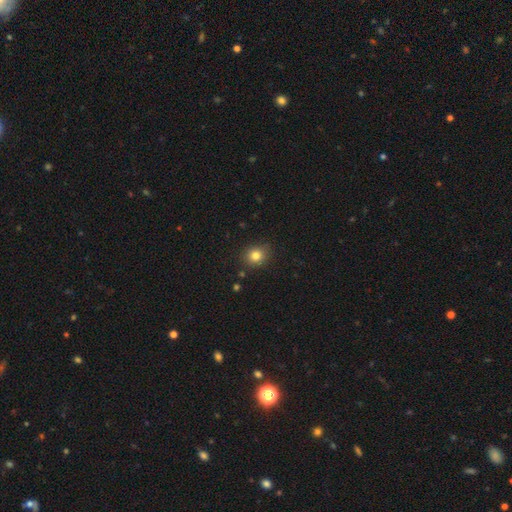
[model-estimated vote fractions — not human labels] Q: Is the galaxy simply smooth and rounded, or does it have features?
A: smooth — 81%.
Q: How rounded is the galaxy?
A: round — 77%.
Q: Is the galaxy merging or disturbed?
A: none — 86%.